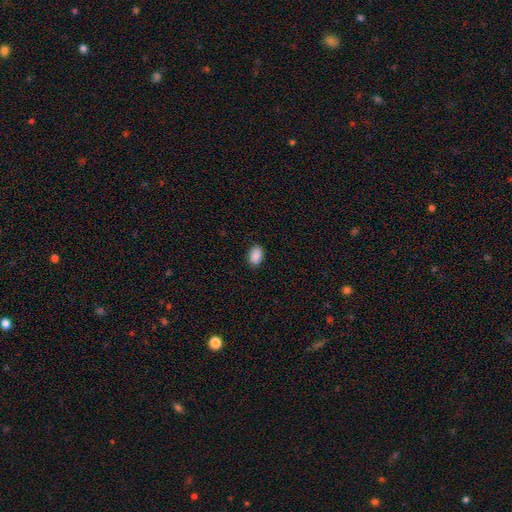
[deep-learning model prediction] smooth-or-featured: smooth: 90% | star or artifact: 7% | featured or disk: 3%
  how-rounded: in between: 89% | round: 9% | cigar-shaped: 1%
  merging: none: 89% | minor disturbance: 8% | major disturbance: 2% | merger: 1%